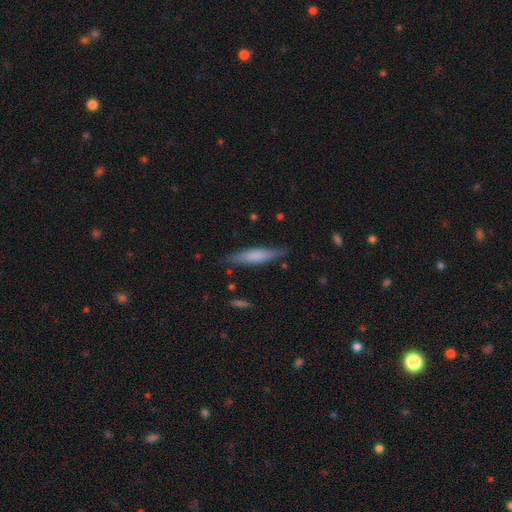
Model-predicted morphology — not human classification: Q: Smooth or featured?
A: smooth (63%); runner-up: featured or disk (31%)
Q: How rounded?
A: cigar-shaped (82%); runner-up: in between (16%)
Q: Merging?
A: none (81%); runner-up: minor disturbance (14%)